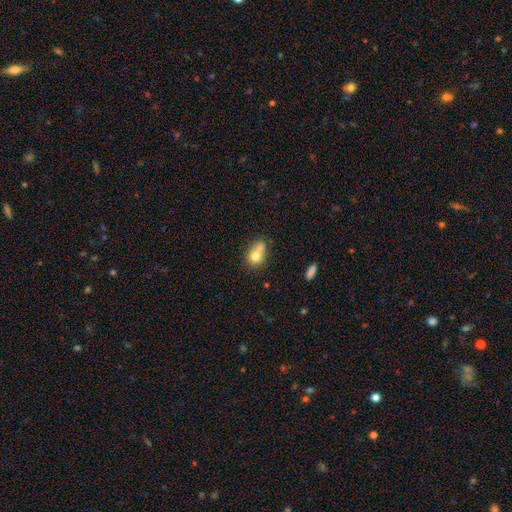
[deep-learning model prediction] The model was most divided on "how rounded": in between: 50%, round: 48%, cigar-shaped: 2%. Remaining: smooth or featured — smooth (73%); merging — merger (37%).